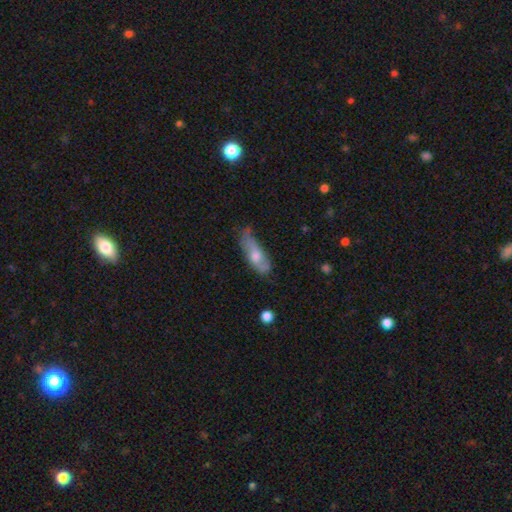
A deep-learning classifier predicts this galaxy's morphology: smooth-or-featured: smooth: 51% | featured or disk: 42% | star or artifact: 7%
  how-rounded: in between: 57% | cigar-shaped: 40% | round: 3%
  merging: none: 46% | minor disturbance: 38% | major disturbance: 13% | merger: 3%